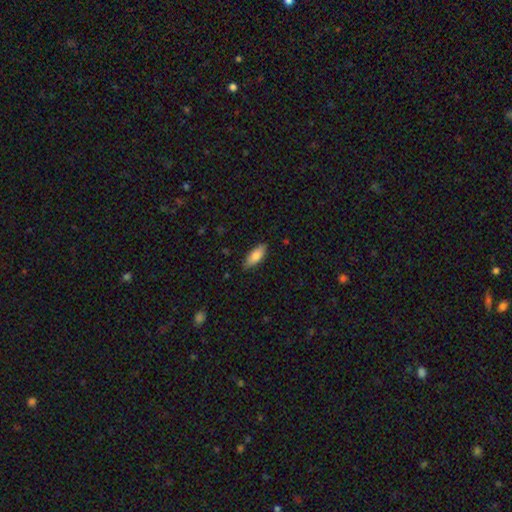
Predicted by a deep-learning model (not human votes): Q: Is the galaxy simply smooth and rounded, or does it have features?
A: smooth — 82%.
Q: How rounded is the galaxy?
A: in between — 80%.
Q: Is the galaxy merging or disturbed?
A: none — 84%.